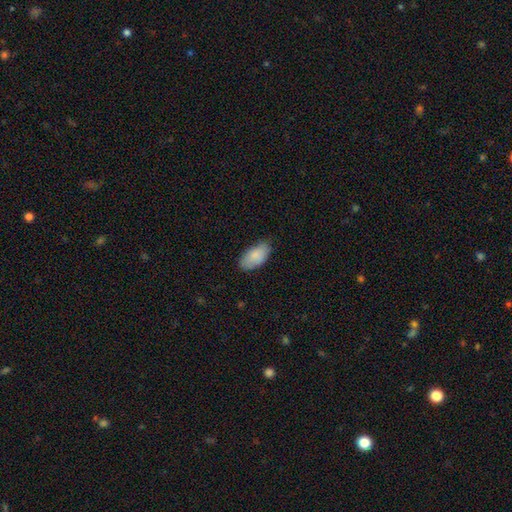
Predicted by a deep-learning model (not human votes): smooth_or_featured: smooth (p=0.86) [alt: featured or disk p=0.07]
how_rounded: in between (p=0.94) [alt: cigar-shaped p=0.03]
merging: none (p=0.74) [alt: minor disturbance p=0.21]